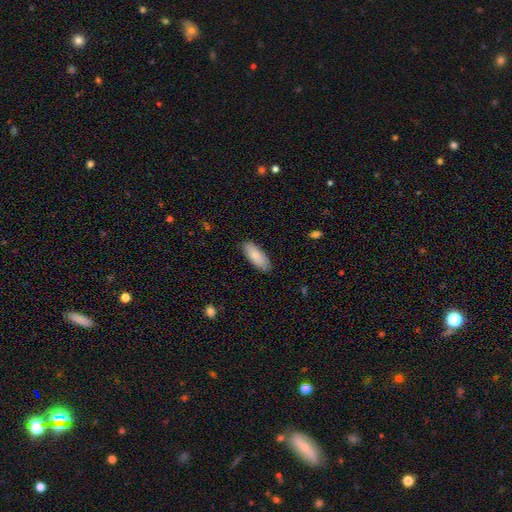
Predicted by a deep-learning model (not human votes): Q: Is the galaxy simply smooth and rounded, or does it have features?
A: smooth — 84%.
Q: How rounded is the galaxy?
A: in between — 80%.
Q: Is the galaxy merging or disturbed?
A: none — 84%.